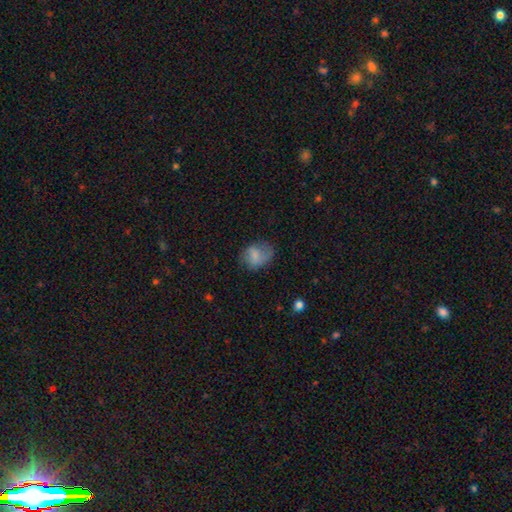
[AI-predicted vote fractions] smooth 68%, featured or disk 23%, star or artifact 9%. Down the decision tree: how rounded — in between (55%); merging — none (56%).